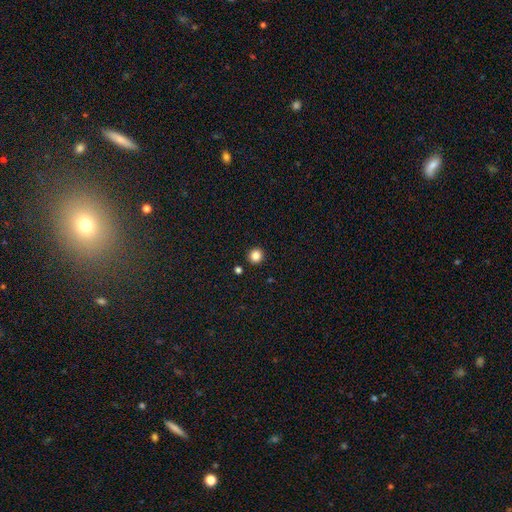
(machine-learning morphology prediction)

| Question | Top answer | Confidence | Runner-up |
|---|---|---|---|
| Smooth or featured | smooth | 85% | star or artifact (12%) |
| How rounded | round | 94% | in between (5%) |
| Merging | none | 92% | minor disturbance (5%) |